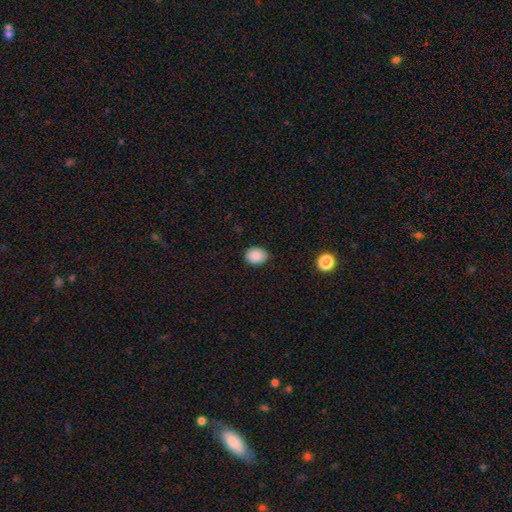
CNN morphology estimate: Smooth or featured? Predicted: smooth (p=0.89). How rounded? Predicted: in between (p=0.56). Merging? Predicted: none (p=0.86).